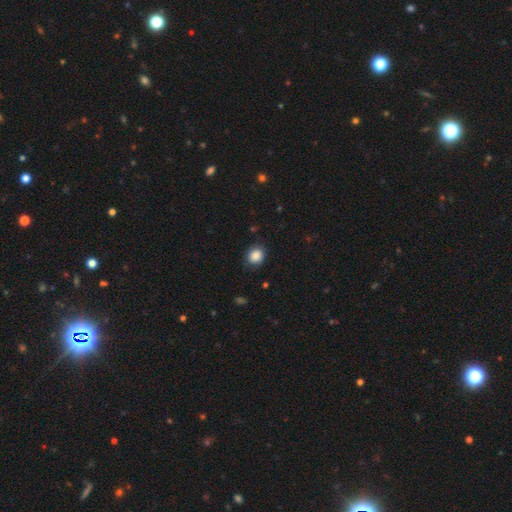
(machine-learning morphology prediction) smooth-or-featured: smooth: 86% | star or artifact: 9% | featured or disk: 5%
  how-rounded: round: 76% | in between: 23% | cigar-shaped: 1%
  merging: none: 81% | minor disturbance: 14% | major disturbance: 4% | merger: 1%